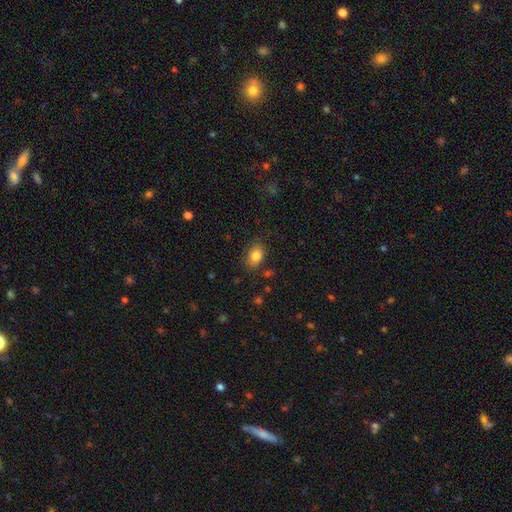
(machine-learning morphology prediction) A smooth galaxy with no disk features (84%) that is in between round and cigar-shaped (78%). Merging: none (80%).